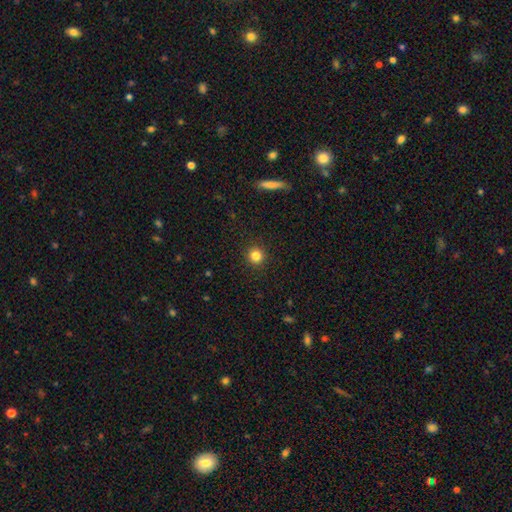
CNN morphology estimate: smooth-or-featured: smooth: 83% | star or artifact: 12% | featured or disk: 5%
  how-rounded: round: 95% | in between: 4% | cigar-shaped: 1%
  merging: none: 93% | minor disturbance: 5% | major disturbance: 2% | merger: 1%